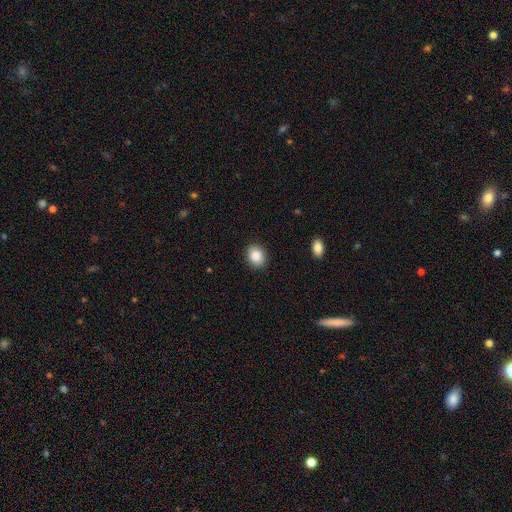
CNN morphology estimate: This appears to be a smooth galaxy with no disk features (86%) that is in between round and cigar-shaped (54%). Merging: none (89%).